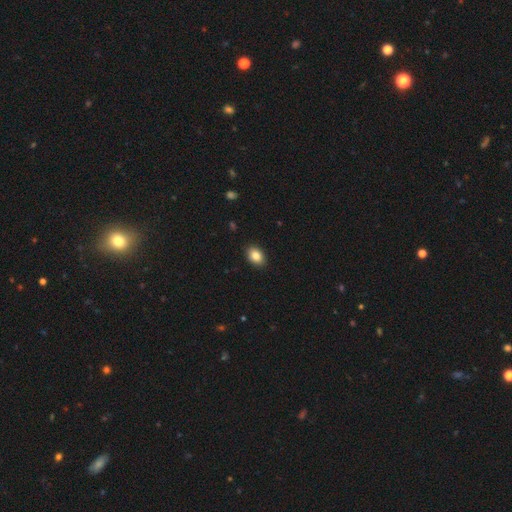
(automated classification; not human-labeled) Smooth or featured: smooth — 85% (star or artifact — 8%)
How rounded: in between — 80% (round — 19%)
Merging: none — 90% (minor disturbance — 7%)